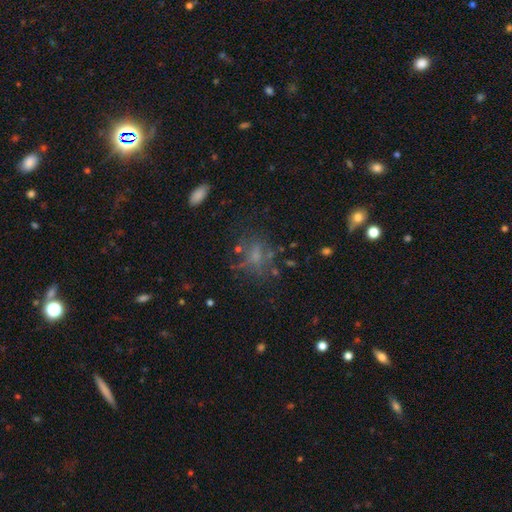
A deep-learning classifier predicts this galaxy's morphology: smooth 44%, featured or disk 33%, star or artifact 23%. Down the decision tree: merging — none (55%).